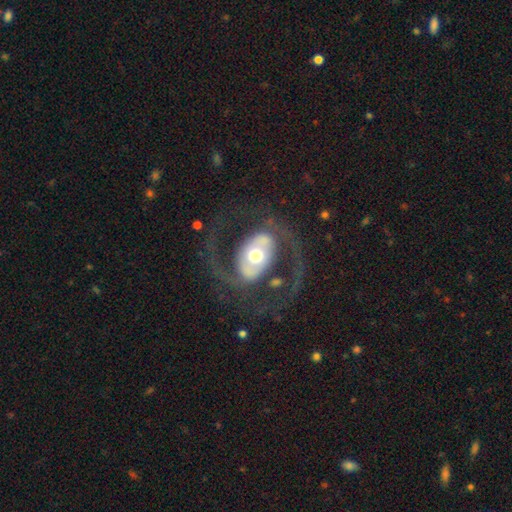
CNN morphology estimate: Smooth or featured?
  - featured or disk: 81% *
  - smooth: 14%
  - star or artifact: 5%
Edge-on disk?
  - no: 95% *
  - yes: 5%
Bar?
  - no: 49% *
  - strong: 26%
  - weak: 24%
Spiral arms?
  - yes: 79% *
  - no: 21%
Spiral winding?
  - medium: 44% *
  - loose: 42%
  - tight: 13%
Spiral arm count?
  - 2: 91% *
  - can't tell: 3%
  - 1: 3%
  - 3: 1%
  - 4: 1%
  - more than 4: 1%
Bulge size?
  - moderate: 63% *
  - large: 24%
  - small: 8%
  - dominant: 4%
  - none: 1%
Merging?
  - none: 70% *
  - major disturbance: 17%
  - minor disturbance: 11%
  - merger: 2%